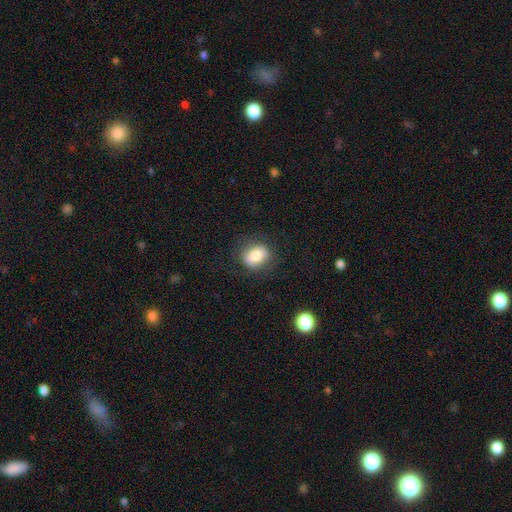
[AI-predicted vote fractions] This appears to be a smooth galaxy with no disk features (77%) that is round (50%). Merging: none (81%).